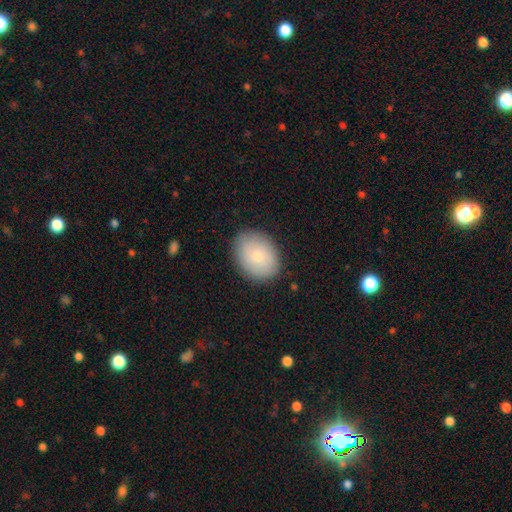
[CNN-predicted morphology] Q: Smooth or featured?
A: smooth (77%); runner-up: featured or disk (16%)
Q: How rounded?
A: in between (61%); runner-up: round (38%)
Q: Merging?
A: none (86%); runner-up: minor disturbance (10%)